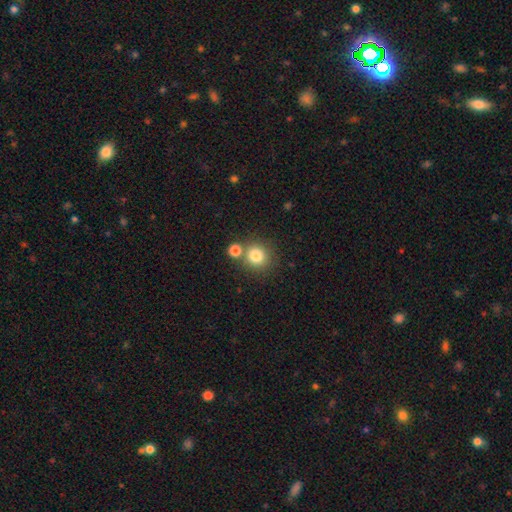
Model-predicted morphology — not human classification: Smooth or featured: smooth — 80% (star or artifact — 12%)
How rounded: round — 89% (in between — 11%)
Merging: none — 69% (merger — 19%)